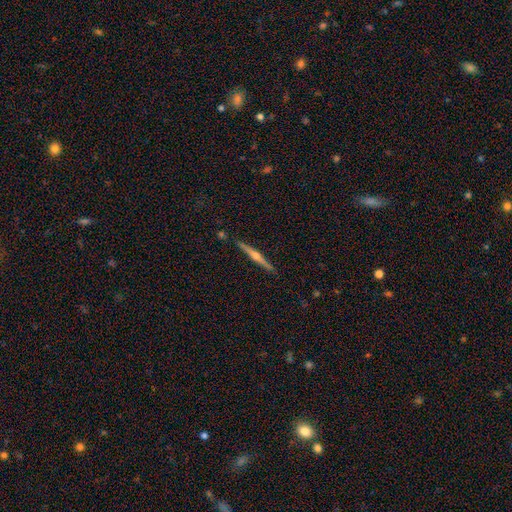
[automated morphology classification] Smooth or featured: featured or disk — 80% (smooth — 15%)
Edge-on disk: yes — 98% (no — 2%)
Edge-on bulge: rounded — 89% (none — 6%)
Merging: none — 90% (minor disturbance — 7%)